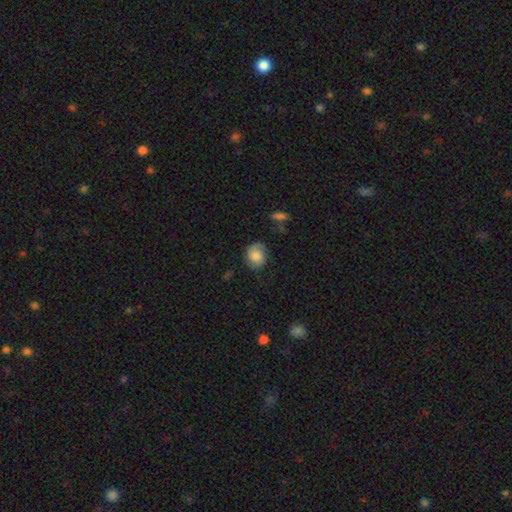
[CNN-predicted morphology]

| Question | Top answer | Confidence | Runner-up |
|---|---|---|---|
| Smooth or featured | smooth | 74% | featured or disk (17%) |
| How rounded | round | 67% | in between (32%) |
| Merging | none | 72% | minor disturbance (21%) |